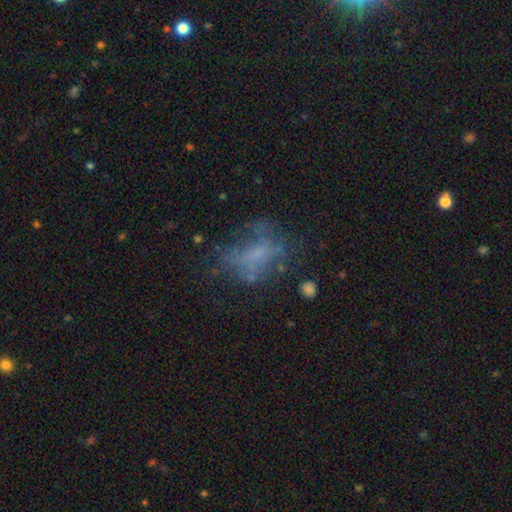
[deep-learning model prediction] Smooth or featured?
  - featured or disk: 44% *
  - smooth: 35%
  - star or artifact: 20%
Merging?
  - none: 47% *
  - major disturbance: 28%
  - minor disturbance: 19%
  - merger: 5%